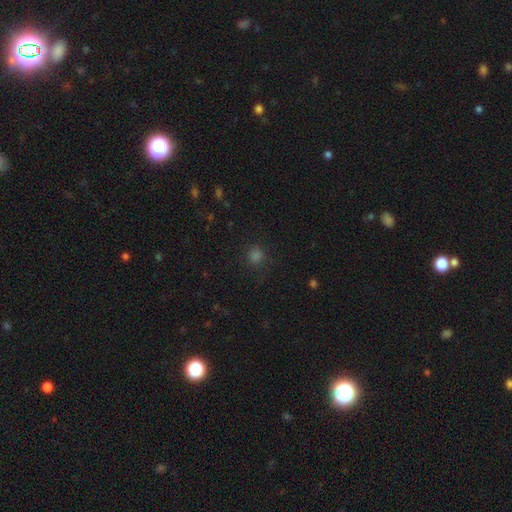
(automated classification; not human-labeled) Smooth or featured? Predicted: smooth (p=0.73). How rounded? Predicted: round (p=0.92). Merging? Predicted: none (p=0.87).